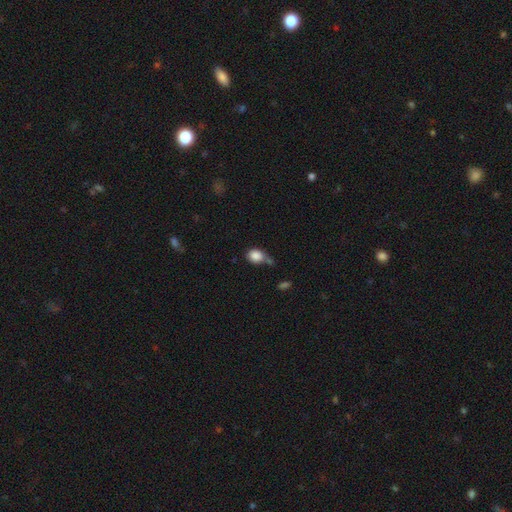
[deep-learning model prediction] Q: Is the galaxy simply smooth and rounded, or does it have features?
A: smooth — 85%.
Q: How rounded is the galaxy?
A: round — 55%.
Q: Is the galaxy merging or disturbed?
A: none — 45%.